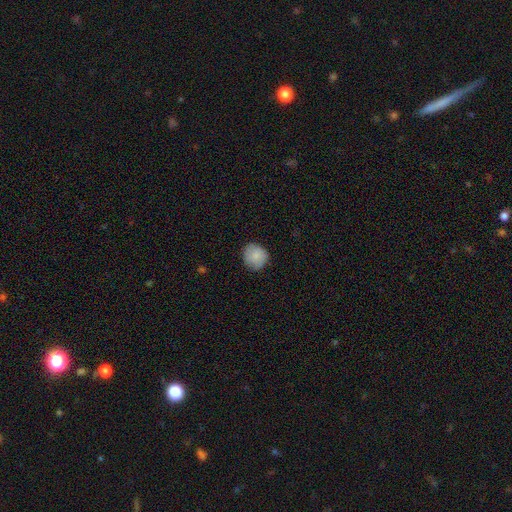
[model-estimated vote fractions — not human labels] Morphology: type=smooth (85%); roundness=round (82%); merging=none (78%).